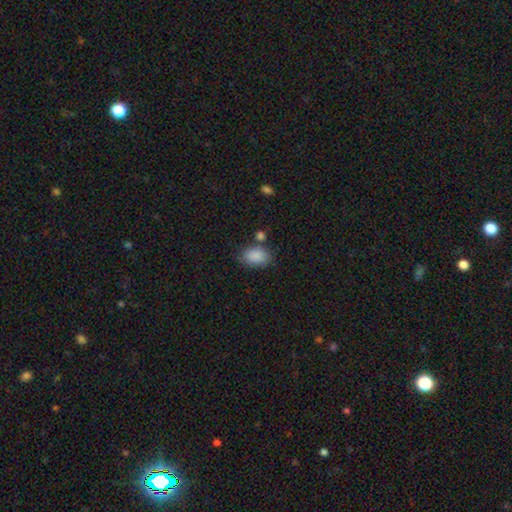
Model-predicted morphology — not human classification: smooth-or-featured: smooth: 87% | star or artifact: 8% | featured or disk: 5%
  how-rounded: in between: 82% | round: 17% | cigar-shaped: 1%
  merging: none: 69% | minor disturbance: 17% | merger: 9% | major disturbance: 5%